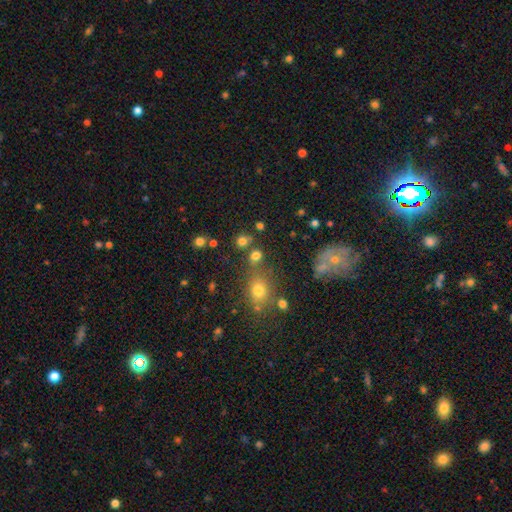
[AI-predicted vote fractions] A smooth galaxy with no disk features (74%) that is round (73%). Merging: none (68%).